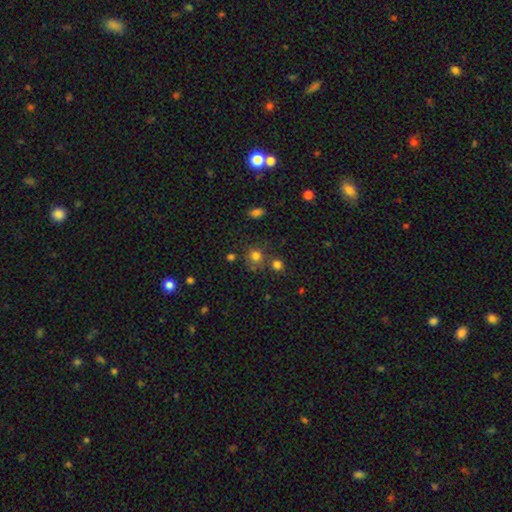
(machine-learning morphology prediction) Smooth or featured? Predicted: smooth (p=0.75). How rounded? Predicted: round (p=0.86). Merging? Predicted: none (p=0.67).